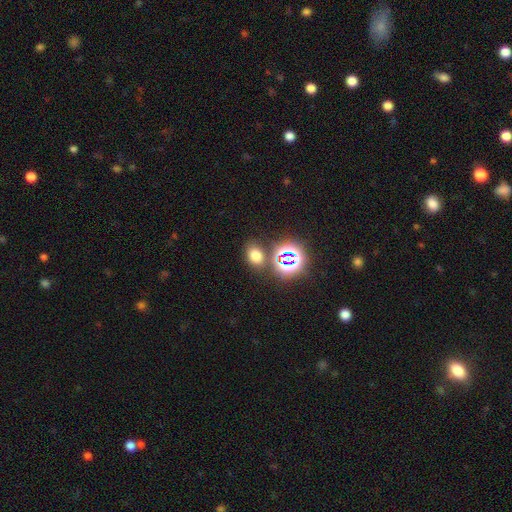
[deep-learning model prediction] smooth 65%, star or artifact 27%, featured or disk 8%. Down the decision tree: how rounded — in between (63%); merging — none (76%).